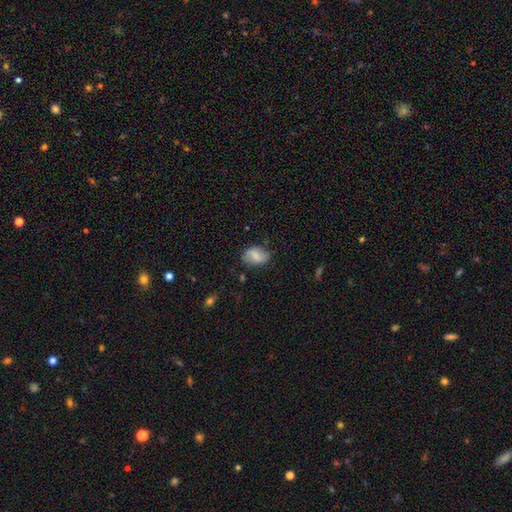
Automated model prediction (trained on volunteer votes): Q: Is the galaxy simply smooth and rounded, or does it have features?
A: smooth — 62%.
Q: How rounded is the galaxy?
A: in between — 81%.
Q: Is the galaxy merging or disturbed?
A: none — 73%.